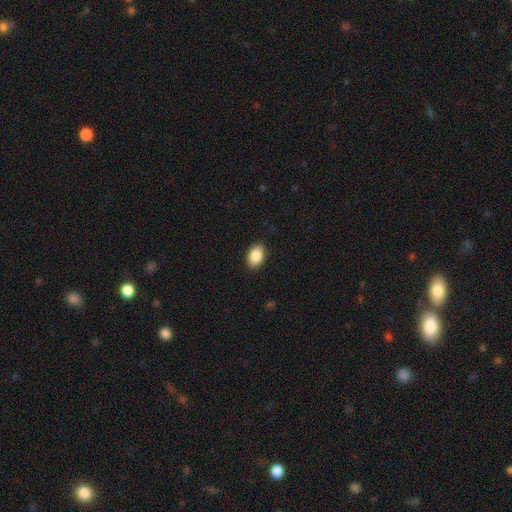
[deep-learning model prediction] The model was most divided on "merging": none: 89%, minor disturbance: 8%, major disturbance: 2%, merger: 1%. More confident: how rounded — in between (90%); smooth or featured — smooth (88%).